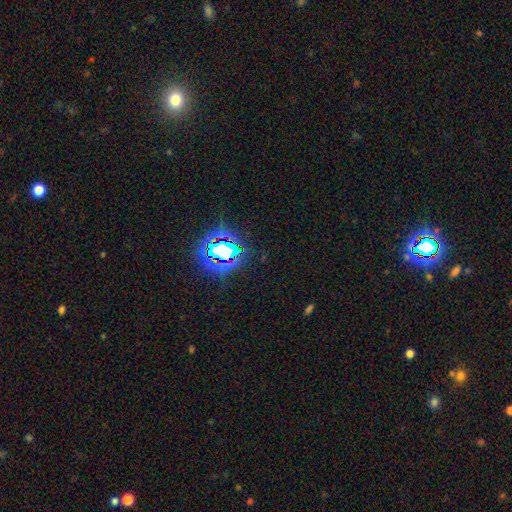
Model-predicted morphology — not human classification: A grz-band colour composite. It shows a star or artifact, not a galaxy (82%).